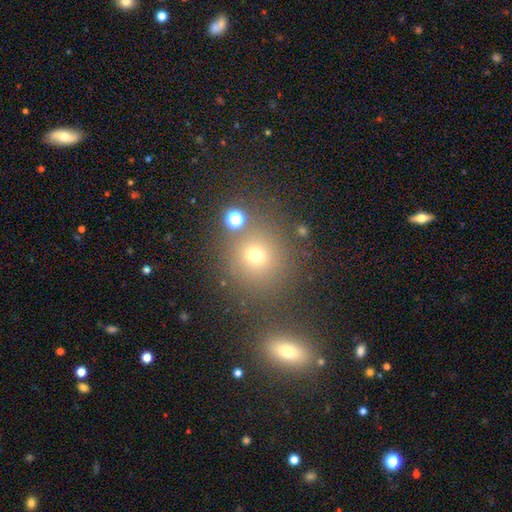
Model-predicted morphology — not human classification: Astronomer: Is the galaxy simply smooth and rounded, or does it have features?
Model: smooth — 67%.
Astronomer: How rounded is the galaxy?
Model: round — 89%.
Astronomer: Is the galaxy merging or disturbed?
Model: none — 76%.